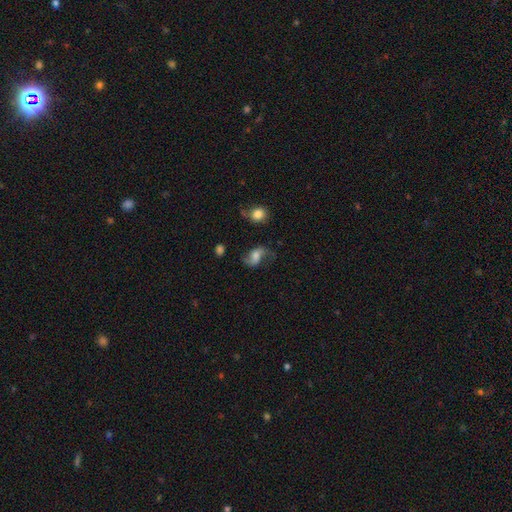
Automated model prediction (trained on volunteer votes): smooth_or_featured: featured or disk (p=0.56) [alt: smooth p=0.34]
disk_edge_on: no (p=0.96) [alt: yes p=0.04]
bar: no (p=0.45) [alt: weak p=0.40]
has_spiral_arms: yes (p=0.89) [alt: no p=0.11]
bulge_size: moderate (p=0.36) [alt: small p=0.24]
merging: none (p=0.56) [alt: minor disturbance p=0.23]